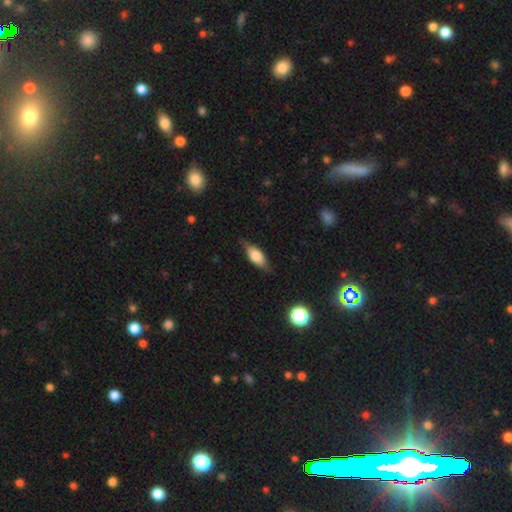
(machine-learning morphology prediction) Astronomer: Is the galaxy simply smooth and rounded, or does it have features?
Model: smooth — 69%.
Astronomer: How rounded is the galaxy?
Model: in between — 80%.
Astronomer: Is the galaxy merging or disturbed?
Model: none — 71%.